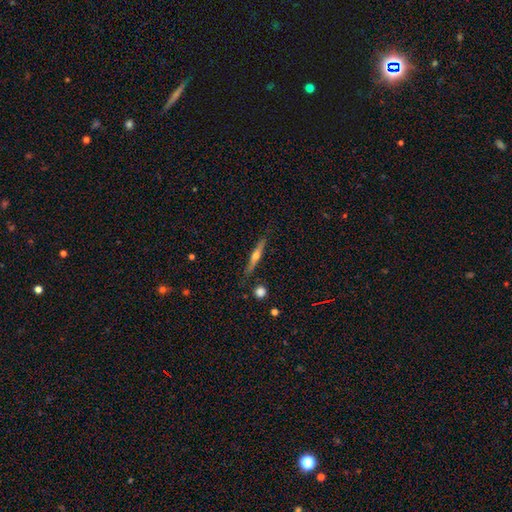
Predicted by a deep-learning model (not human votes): A featured or disk galaxy (64%) viewed edge-on (97%) with a rounded central bulge (88%). Merging: none (84%).